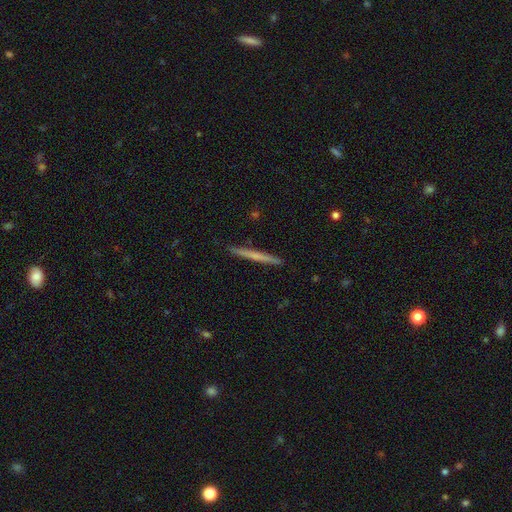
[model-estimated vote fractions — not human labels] smooth_or_featured: smooth (p=0.52) [alt: featured or disk p=0.42]
how_rounded: cigar-shaped (p=0.97) [alt: in between p=0.02]
merging: none (p=0.92) [alt: minor disturbance p=0.05]